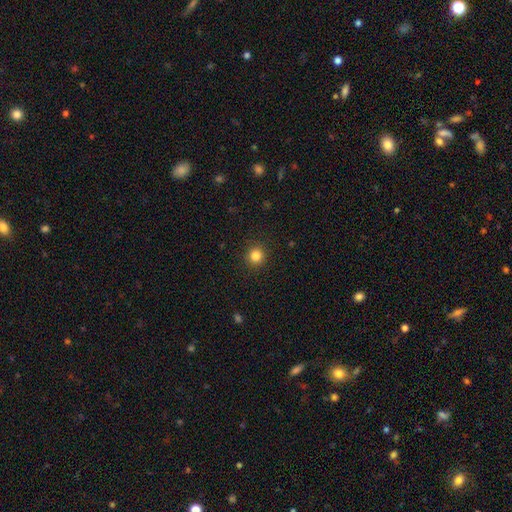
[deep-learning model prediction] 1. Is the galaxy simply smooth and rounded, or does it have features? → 84% smooth, 12% star or artifact, 4% featured or disk.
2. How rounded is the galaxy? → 94% round, 6% in between, 1% cigar-shaped.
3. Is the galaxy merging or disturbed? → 92% none, 5% minor disturbance, 2% major disturbance, 1% merger.